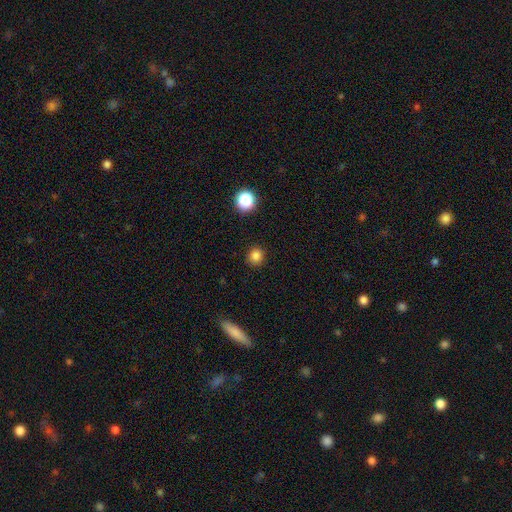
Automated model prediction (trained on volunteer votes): smooth 83%, star or artifact 13%, featured or disk 4%. Down the decision tree: how rounded — round (90%); merging — none (91%).